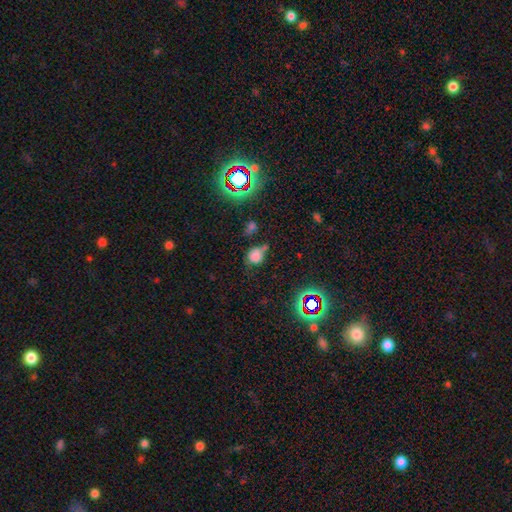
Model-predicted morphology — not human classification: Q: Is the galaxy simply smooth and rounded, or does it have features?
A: smooth — 69%.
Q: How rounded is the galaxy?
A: round — 71%.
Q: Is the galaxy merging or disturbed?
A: none — 46%.